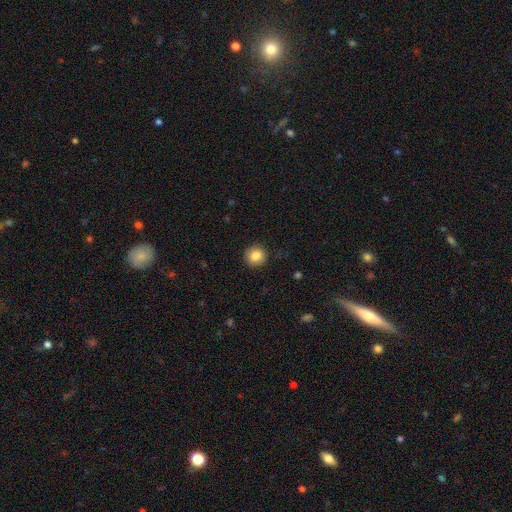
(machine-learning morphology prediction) A smooth galaxy with no disk features (85%) that is round (88%). Merging: none (88%).